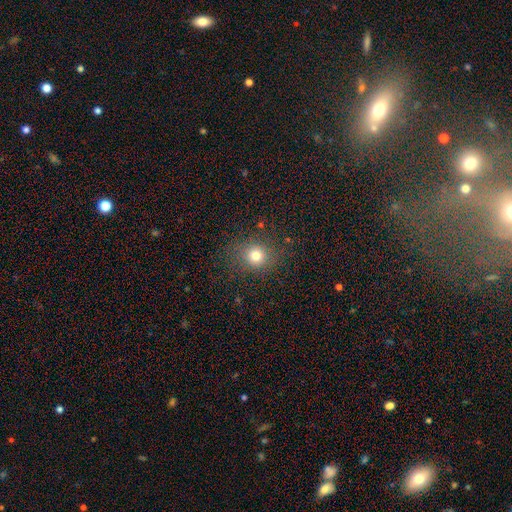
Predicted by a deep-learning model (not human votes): This appears to be a smooth galaxy with no disk features (75%) that is round (80%). Merging: none (81%).